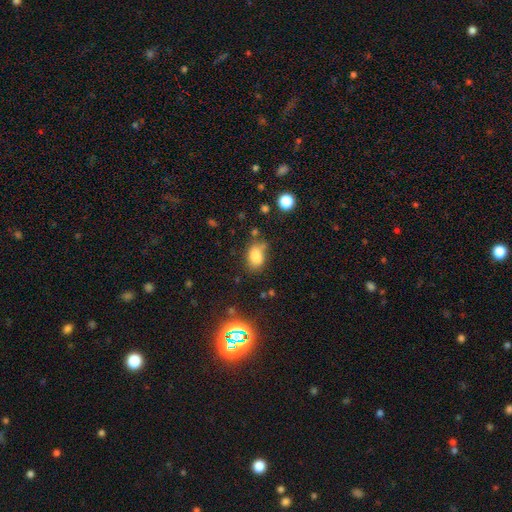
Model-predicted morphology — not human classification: smooth-or-featured: smooth: 78% | star or artifact: 12% | featured or disk: 10%
  how-rounded: in between: 78% | round: 21% | cigar-shaped: 2%
  merging: none: 56% | minor disturbance: 27% | major disturbance: 9% | merger: 9%